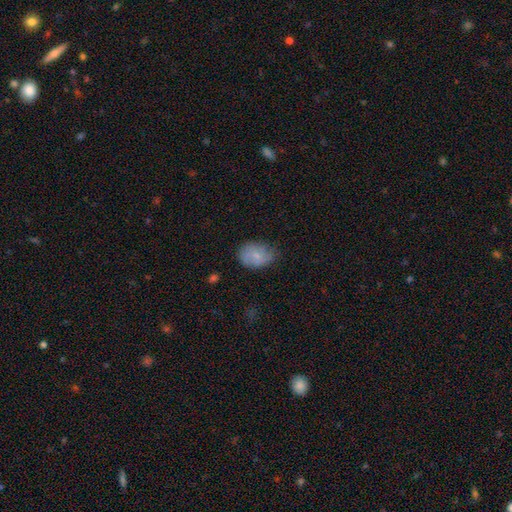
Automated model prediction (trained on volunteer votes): Smooth or featured: smooth — 75% (featured or disk — 17%)
How rounded: in between — 78% (round — 21%)
Merging: none — 63% (minor disturbance — 29%)